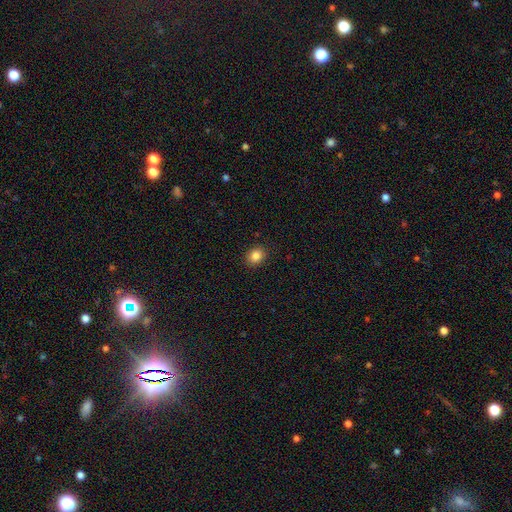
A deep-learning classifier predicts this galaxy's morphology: Smooth or featured?
  - smooth: 85% *
  - star or artifact: 10%
  - featured or disk: 5%
How rounded?
  - round: 61% *
  - in between: 38%
  - cigar-shaped: 1%
Merging?
  - none: 90% *
  - minor disturbance: 7%
  - major disturbance: 2%
  - merger: 1%